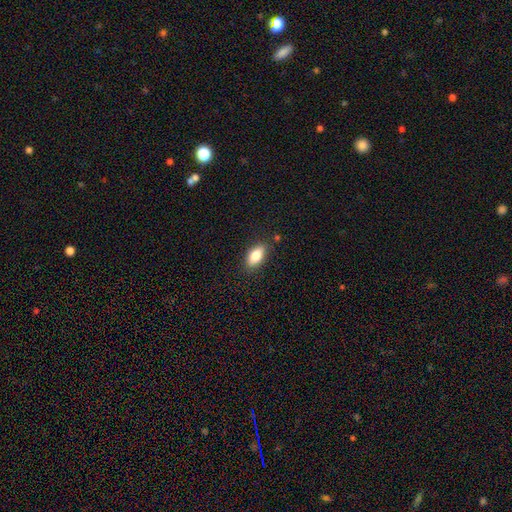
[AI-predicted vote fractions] Overall: smooth (82%). How rounded: in between (89%). Merging: none (85%).